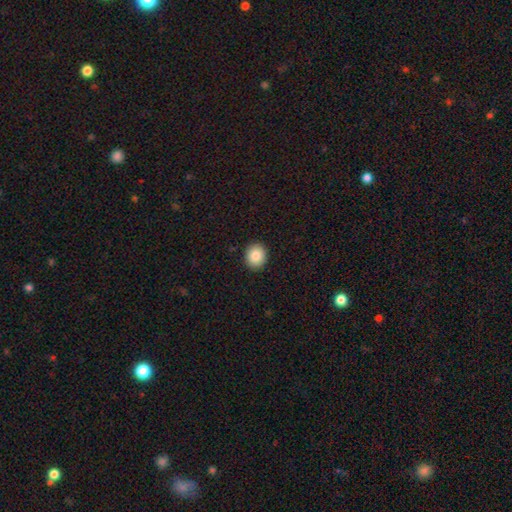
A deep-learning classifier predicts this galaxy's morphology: Smooth or featured: smooth — 86% (star or artifact — 8%)
How rounded: round — 72% (in between — 27%)
Merging: none — 91% (minor disturbance — 6%)